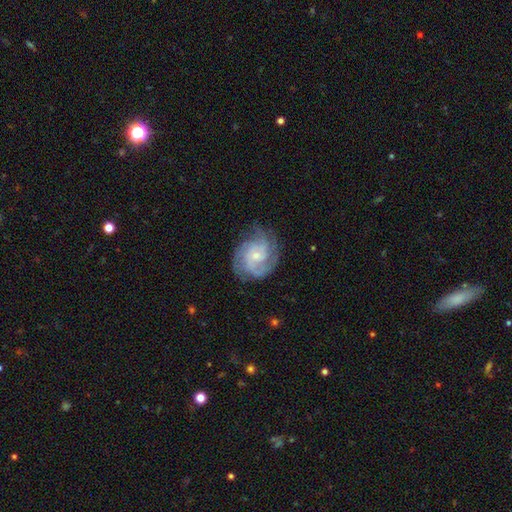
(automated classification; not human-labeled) Morphology: type=featured or disk (83%); edge-on=no (98%); bar=no (70%); spiral arms=yes (96%); winding=tight (52%); arm count=3 (30%); bulge=small (69%); merging=none (72%).